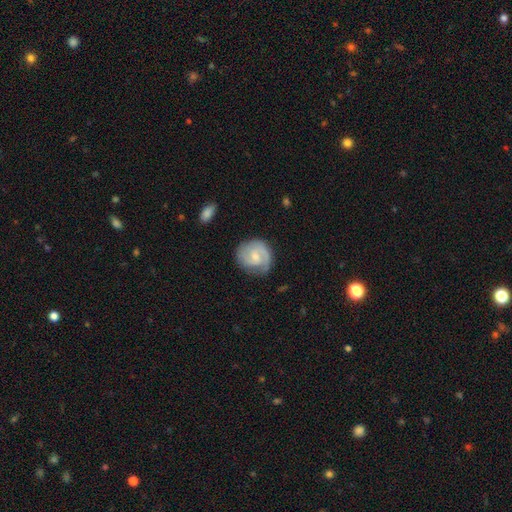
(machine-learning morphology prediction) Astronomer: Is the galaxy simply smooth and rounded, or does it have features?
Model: featured or disk — 74%.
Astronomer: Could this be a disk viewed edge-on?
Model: no — 98%.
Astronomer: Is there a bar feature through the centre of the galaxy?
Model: weak — 49% (runner-up: no, 44%).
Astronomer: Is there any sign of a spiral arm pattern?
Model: yes — 94%.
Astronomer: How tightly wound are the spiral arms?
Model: tight — 48% (runner-up: medium, 39%).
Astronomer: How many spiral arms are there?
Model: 2 — 61%.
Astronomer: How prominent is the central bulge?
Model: small — 60%.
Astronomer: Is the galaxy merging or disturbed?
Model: none — 72%.